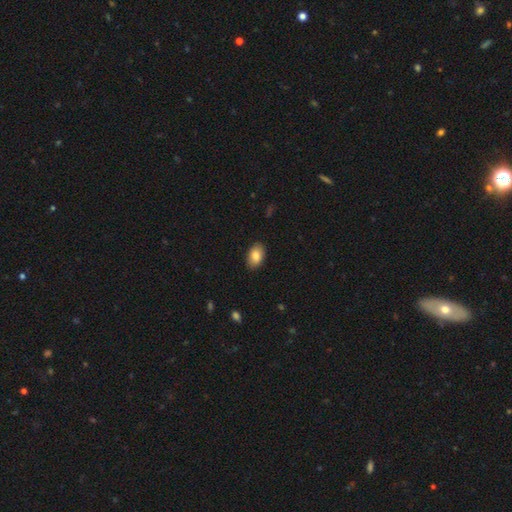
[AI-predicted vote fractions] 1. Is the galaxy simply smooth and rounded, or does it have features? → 85% smooth, 8% featured or disk, 7% star or artifact.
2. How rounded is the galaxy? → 91% in between, 8% round, 1% cigar-shaped.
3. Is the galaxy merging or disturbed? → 88% none, 9% minor disturbance, 2% major disturbance, 1% merger.